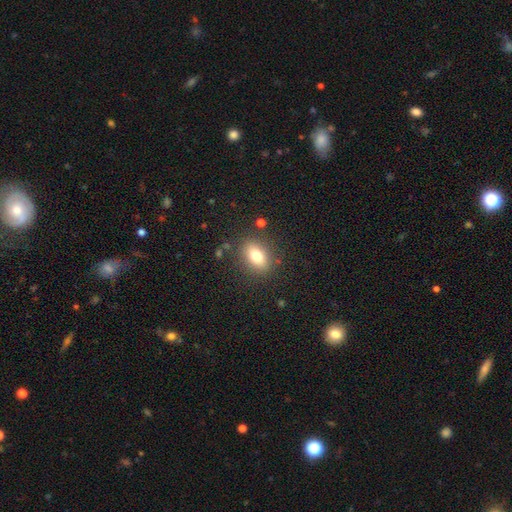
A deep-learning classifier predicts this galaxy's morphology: Q: Smooth or featured?
A: smooth (67%); runner-up: star or artifact (23%)
Q: How rounded?
A: round (49%); runner-up: in between (48%)
Q: Merging?
A: none (85%); runner-up: minor disturbance (9%)